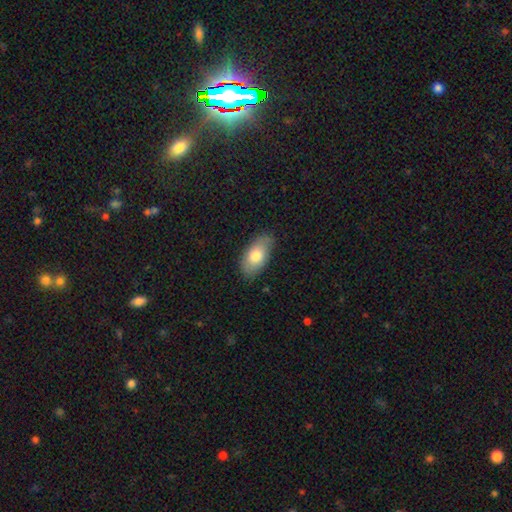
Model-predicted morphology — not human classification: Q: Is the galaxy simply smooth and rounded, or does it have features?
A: smooth — 76%.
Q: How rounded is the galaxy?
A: in between — 92%.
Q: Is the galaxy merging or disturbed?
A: none — 79%.